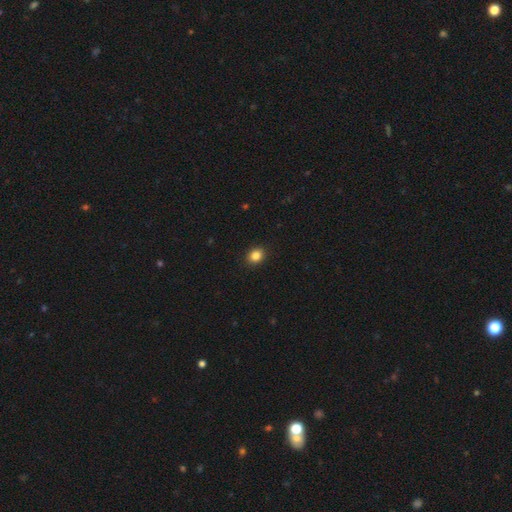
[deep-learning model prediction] Smooth or featured: smooth — 85% (star or artifact — 10%)
How rounded: round — 57% (in between — 42%)
Merging: none — 92% (minor disturbance — 6%)